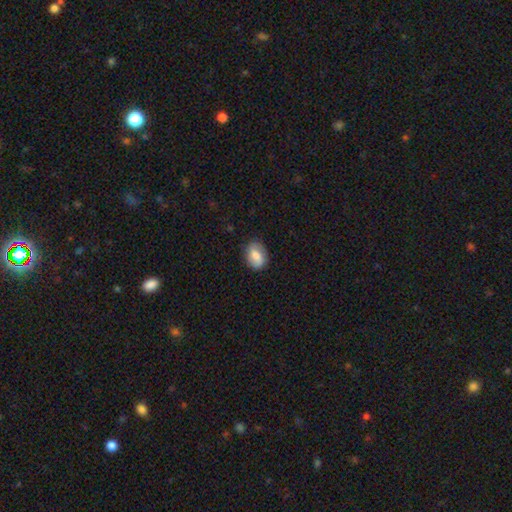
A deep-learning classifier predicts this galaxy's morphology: Smooth or featured?
  - smooth: 69% *
  - featured or disk: 24%
  - star or artifact: 7%
How rounded?
  - in between: 70% *
  - round: 28%
  - cigar-shaped: 1%
Merging?
  - none: 82% *
  - minor disturbance: 13%
  - major disturbance: 3%
  - merger: 1%